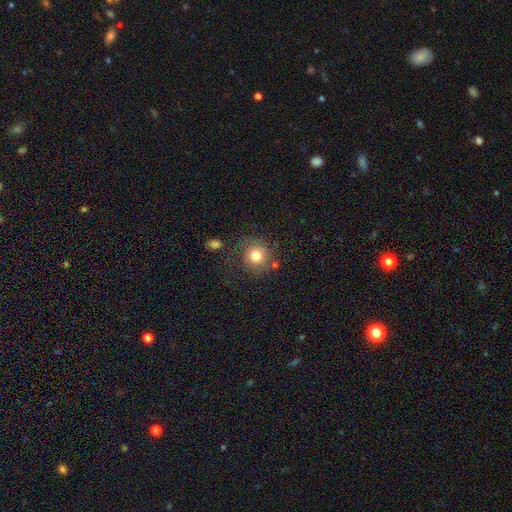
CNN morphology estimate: Smooth or featured: smooth — 75% (featured or disk — 14%)
How rounded: round — 89% (in between — 10%)
Merging: none — 68% (minor disturbance — 17%)